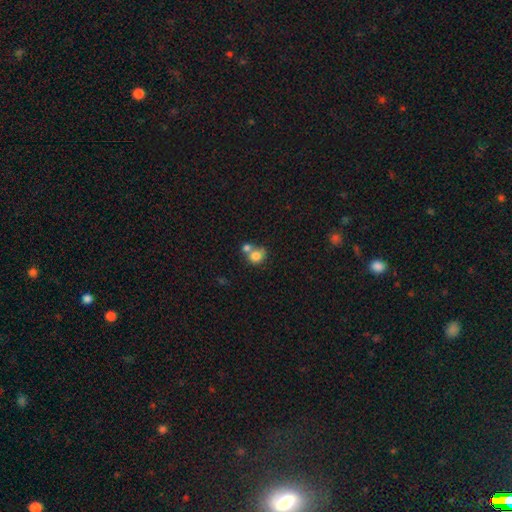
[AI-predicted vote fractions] smooth-or-featured: smooth: 79% | featured or disk: 11% | star or artifact: 9%
  how-rounded: round: 77% | in between: 22% | cigar-shaped: 1%
  merging: merger: 48% | none: 39% | minor disturbance: 9% | major disturbance: 4%